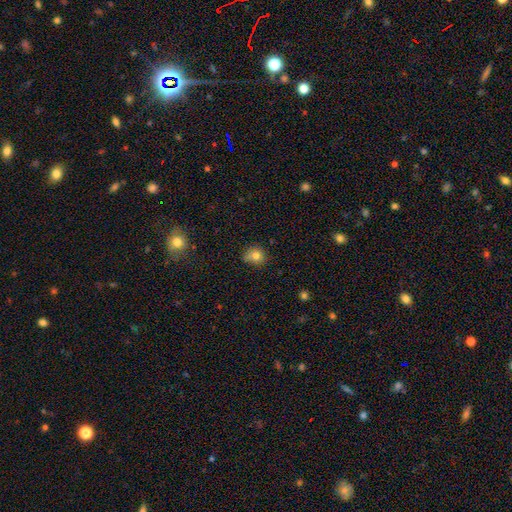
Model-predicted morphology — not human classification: The model was most divided on "merging": none: 67%, minor disturbance: 25%, major disturbance: 5%, merger: 4%. More confident: how rounded — round (77%); smooth or featured — smooth (77%).